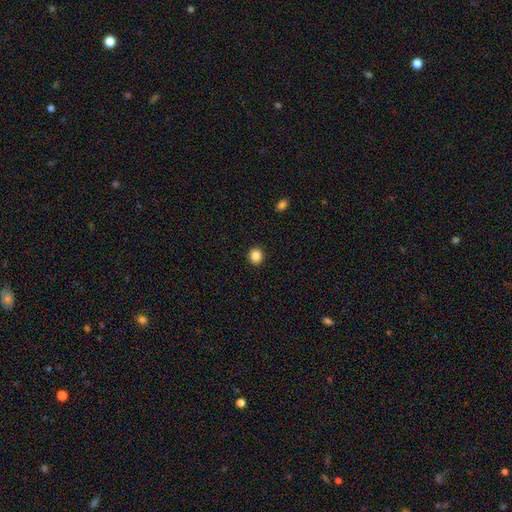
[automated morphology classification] Overall: smooth (87%). How rounded: round (85%). Merging: none (93%).